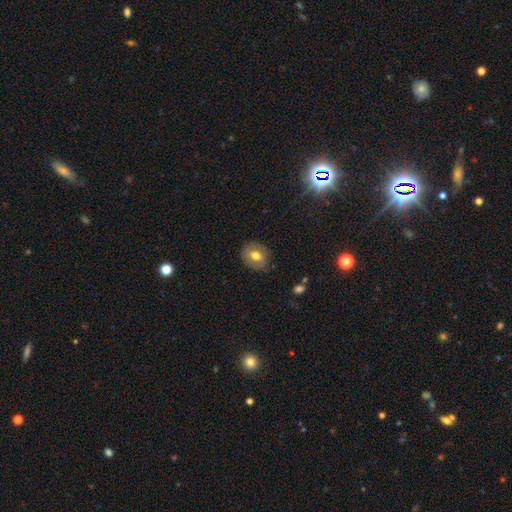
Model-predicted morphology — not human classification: type=smooth (61%); roundness=round (67%); merging=none (84%).